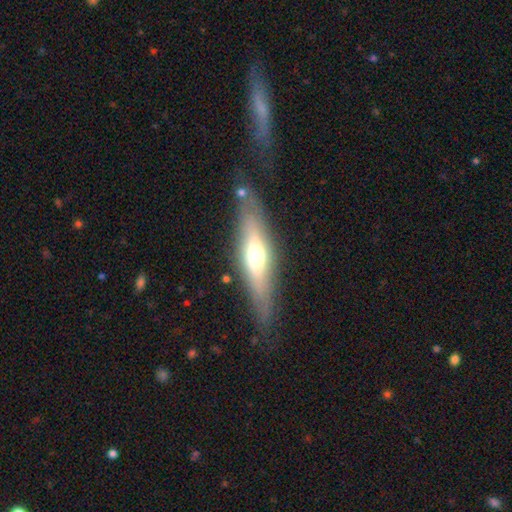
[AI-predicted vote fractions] Overall: featured or disk (54%; smooth 40%). Edge-on disk: yes (81%). Merging: none (79%).